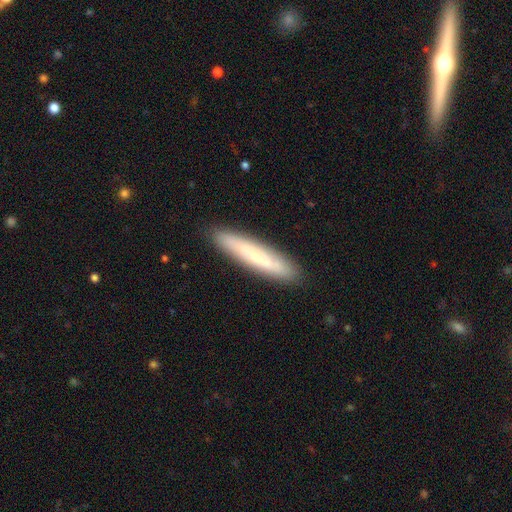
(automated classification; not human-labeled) The model was most divided on "smooth or featured": smooth: 58%, featured or disk: 36%, star or artifact: 6%. More confident: how rounded — cigar-shaped (91%); merging — none (90%).